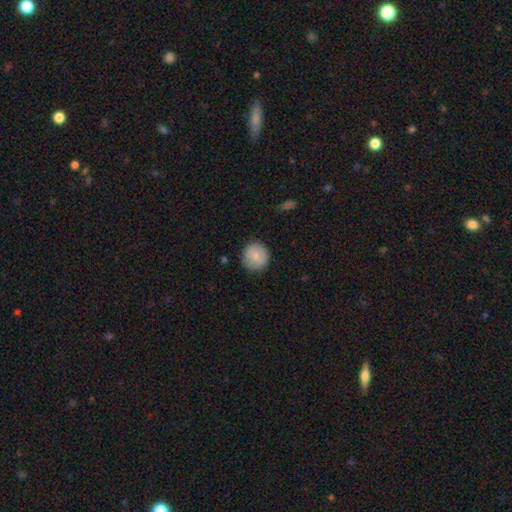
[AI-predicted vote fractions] Smooth or featured?
  - smooth: 83% *
  - featured or disk: 10%
  - star or artifact: 7%
How rounded?
  - round: 91% *
  - in between: 8%
  - cigar-shaped: 1%
Merging?
  - none: 82% *
  - minor disturbance: 14%
  - major disturbance: 3%
  - merger: 1%